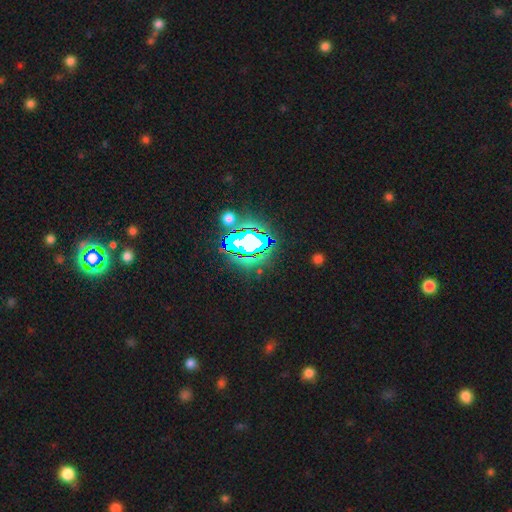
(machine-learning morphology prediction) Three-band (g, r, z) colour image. It shows a star or artifact, not a galaxy (81%).